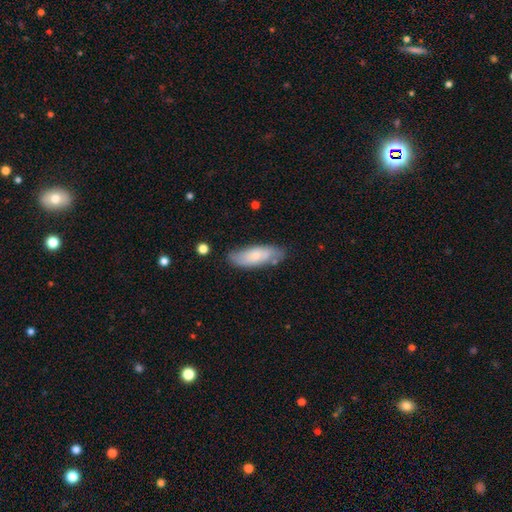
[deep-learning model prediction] Smooth or featured? Predicted: smooth (p=0.67). How rounded? Predicted: in between (p=0.65). Merging? Predicted: none (p=0.73).